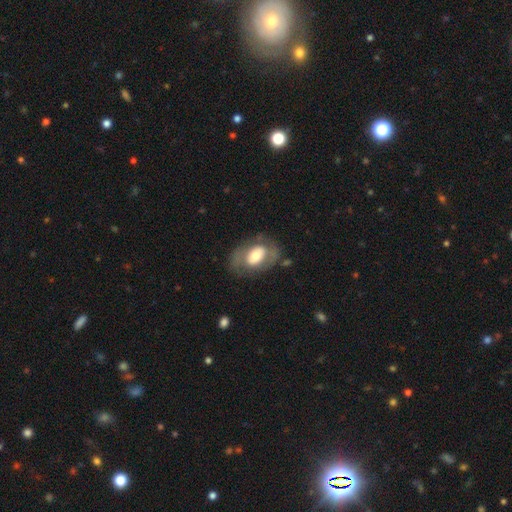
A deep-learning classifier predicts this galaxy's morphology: Q: Smooth or featured?
A: featured or disk (49%); runner-up: smooth (45%)
Q: Merging?
A: none (66%); runner-up: minor disturbance (19%)